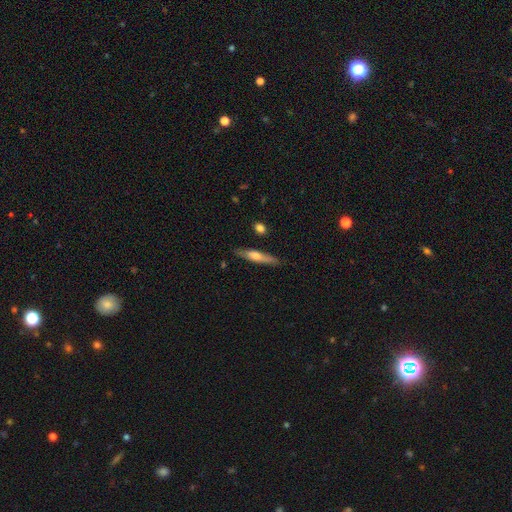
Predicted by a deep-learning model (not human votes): Smooth or featured? smooth (52%)
How rounded? cigar-shaped (87%)
Merging? none (84%)